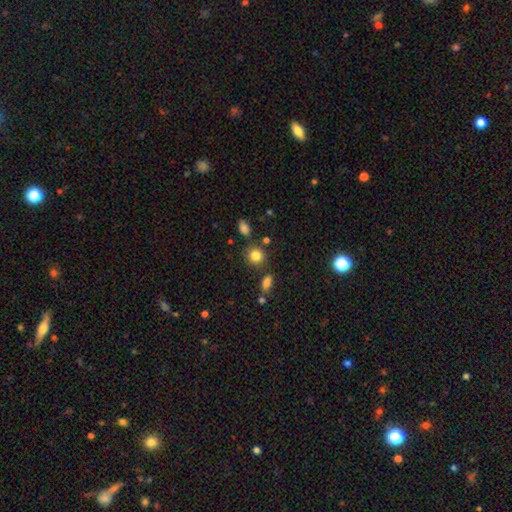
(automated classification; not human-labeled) smooth 83%, star or artifact 11%, featured or disk 6%. Down the decision tree: how rounded — round (82%); merging — none (79%).